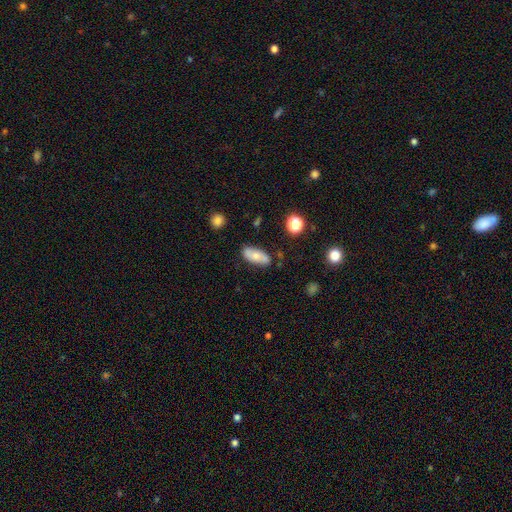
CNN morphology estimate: smooth_or_featured: smooth (p=0.60) [alt: featured or disk p=0.32]
how_rounded: in between (p=0.83) [alt: cigar-shaped p=0.13]
merging: none (p=0.77) [alt: minor disturbance p=0.16]